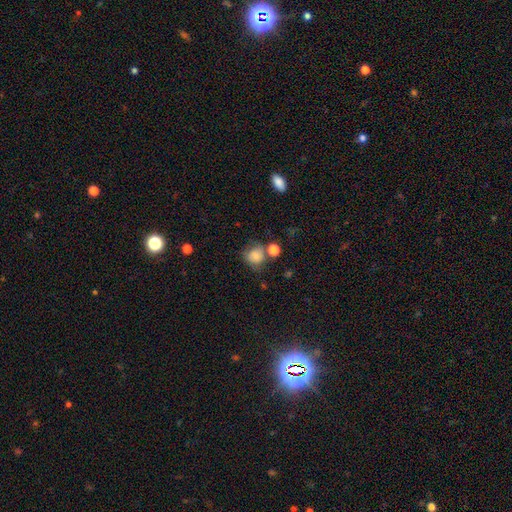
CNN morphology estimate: Smooth or featured? Predicted: smooth (p=0.74). How rounded? Predicted: round (p=0.77). Merging? Predicted: none (p=0.53).